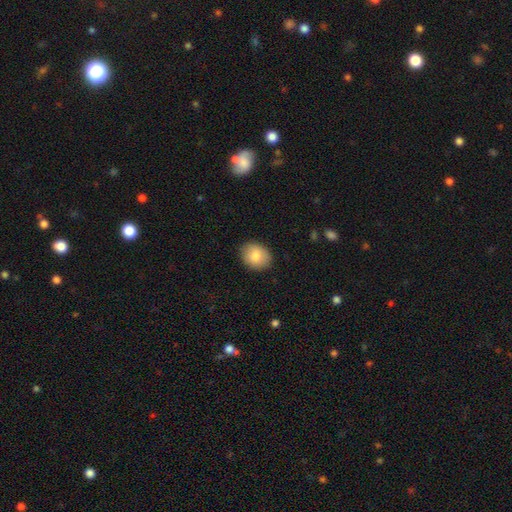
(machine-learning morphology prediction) This appears to be a smooth galaxy with no disk features (85%) that is in between round and cigar-shaped (51%). Merging: none (88%).